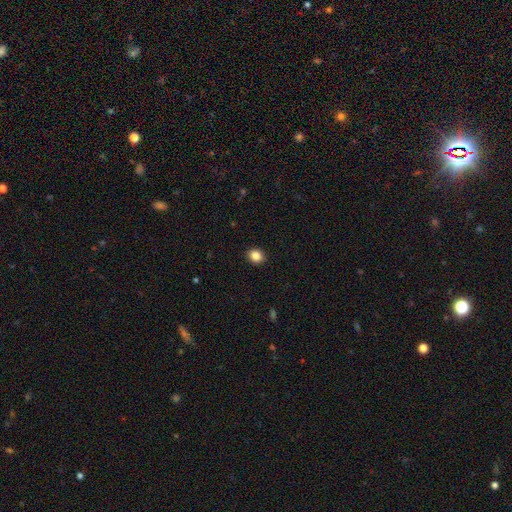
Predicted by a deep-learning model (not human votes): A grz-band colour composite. It shows a smooth galaxy with no disk features (86%) that is round (62%). Merging: none (91%).